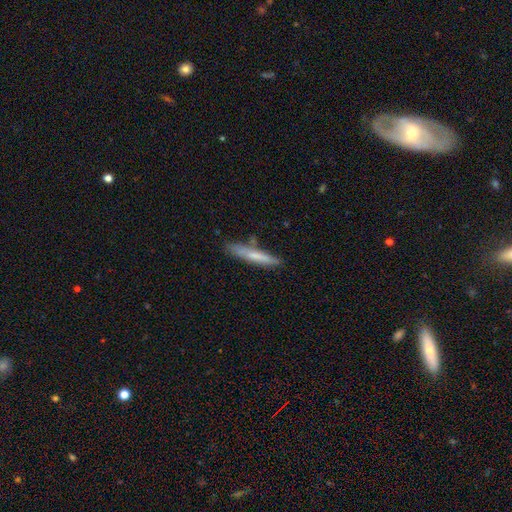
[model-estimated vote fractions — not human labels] Smooth or featured?
  - smooth: 63% *
  - featured or disk: 31%
  - star or artifact: 6%
How rounded?
  - cigar-shaped: 93% *
  - in between: 5%
  - round: 1%
Merging?
  - none: 78% *
  - minor disturbance: 15%
  - merger: 5%
  - major disturbance: 3%